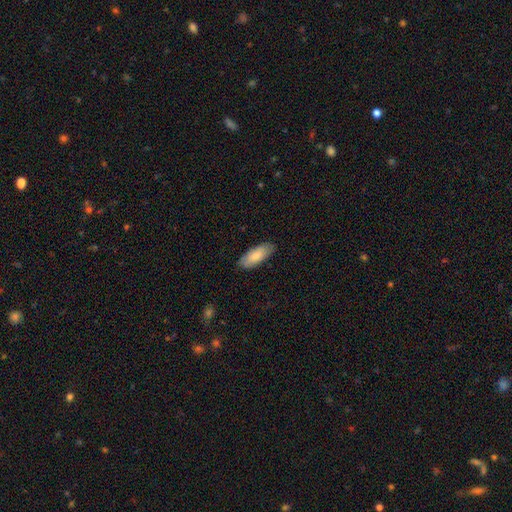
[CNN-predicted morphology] Smooth or featured?
  - smooth: 82% *
  - featured or disk: 12%
  - star or artifact: 5%
How rounded?
  - in between: 79% *
  - cigar-shaped: 19%
  - round: 2%
Merging?
  - none: 84% *
  - minor disturbance: 13%
  - major disturbance: 2%
  - merger: 1%